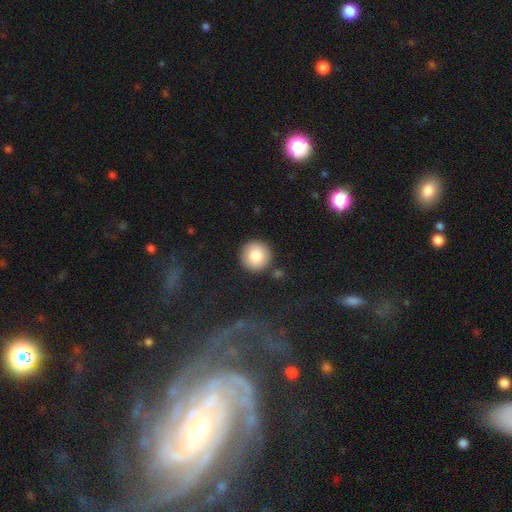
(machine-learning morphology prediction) A smooth galaxy with no disk features (81%) that is round (96%).

Vote fractions:
- Smooth or featured? smooth: 81% / featured or disk: 10% / star or artifact: 9%
- How rounded? round: 96% / in between: 3% / cigar-shaped: 1%
- Merging? none: 90% / minor disturbance: 6% / merger: 2% / major disturbance: 2%